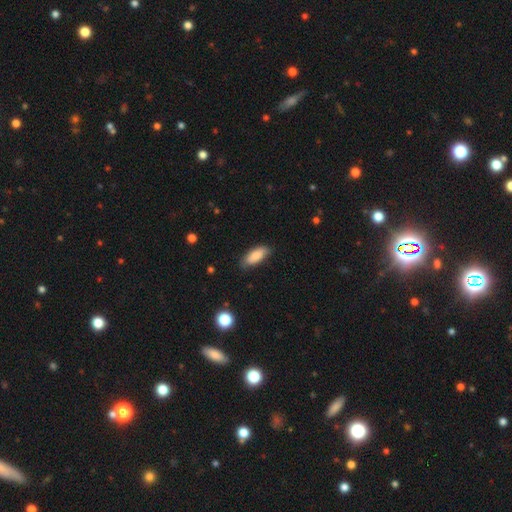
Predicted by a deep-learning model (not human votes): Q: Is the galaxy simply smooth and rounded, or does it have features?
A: smooth — 84%.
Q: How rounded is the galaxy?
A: in between — 80%.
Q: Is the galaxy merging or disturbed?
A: none — 78%.